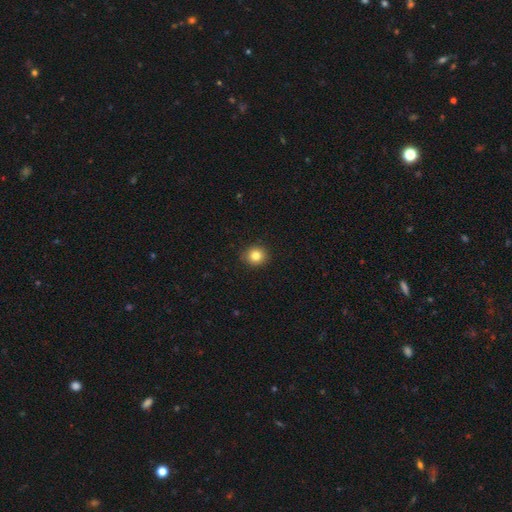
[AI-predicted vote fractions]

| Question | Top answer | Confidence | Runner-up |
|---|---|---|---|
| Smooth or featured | smooth | 83% | star or artifact (11%) |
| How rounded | round | 88% | in between (11%) |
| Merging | none | 91% | minor disturbance (6%) |